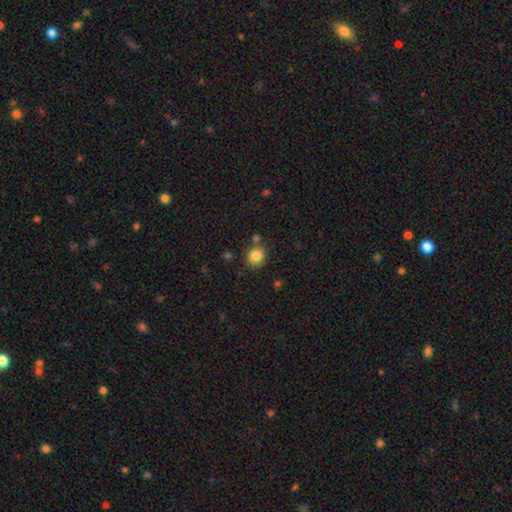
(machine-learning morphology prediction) smooth 84%, star or artifact 10%, featured or disk 6%. Down the decision tree: how rounded — round (76%); merging — none (78%).